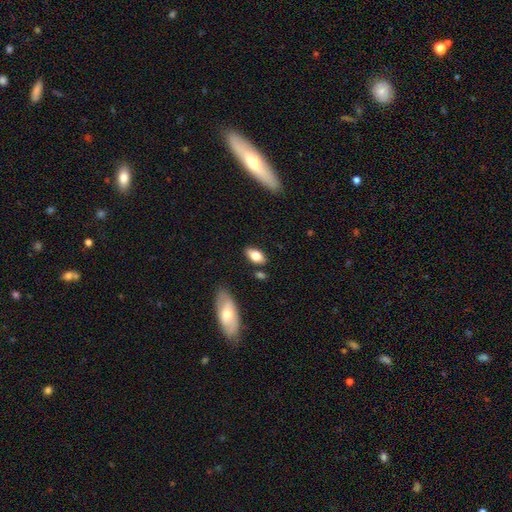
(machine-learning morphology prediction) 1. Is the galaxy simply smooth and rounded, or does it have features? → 77% smooth, 16% featured or disk, 7% star or artifact.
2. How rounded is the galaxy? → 90% in between, 6% cigar-shaped, 4% round.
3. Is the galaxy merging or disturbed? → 80% none, 13% minor disturbance, 4% merger, 3% major disturbance.